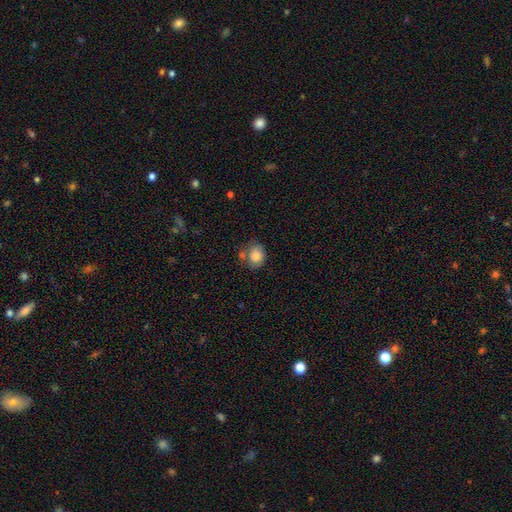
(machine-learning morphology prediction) Q: Smooth or featured?
A: smooth (82%); runner-up: featured or disk (10%)
Q: How rounded?
A: round (50%); runner-up: in between (49%)
Q: Merging?
A: none (55%); runner-up: minor disturbance (22%)